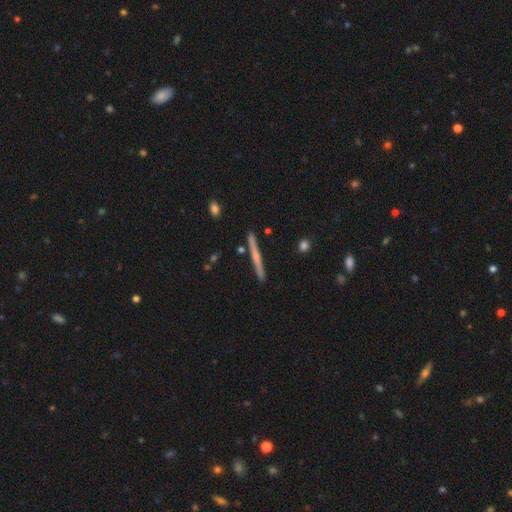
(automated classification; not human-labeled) Morphology: type=featured or disk (57%); edge-on=yes (98%); edge-on bulge=none (58%); merging=none (90%).